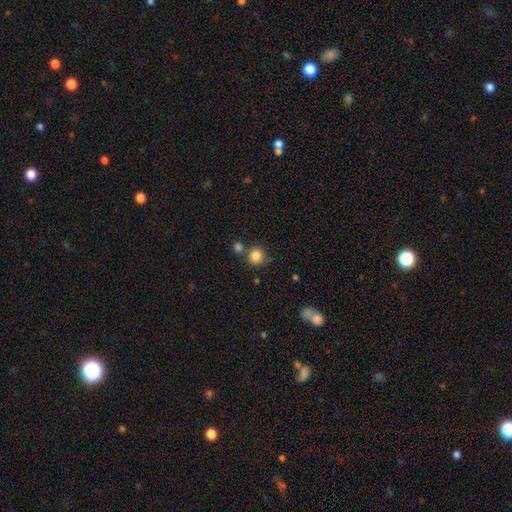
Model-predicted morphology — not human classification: Smooth or featured: smooth — 84% (star or artifact — 10%)
How rounded: round — 93% (in between — 6%)
Merging: none — 73% (merger — 15%)